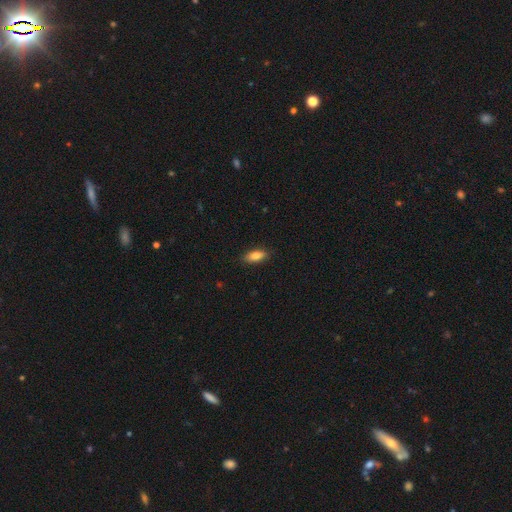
Smooth or featured? 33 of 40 (82%) said smooth. How rounded? 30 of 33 (91%) said in between. Merging? 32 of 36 (89%) said none.